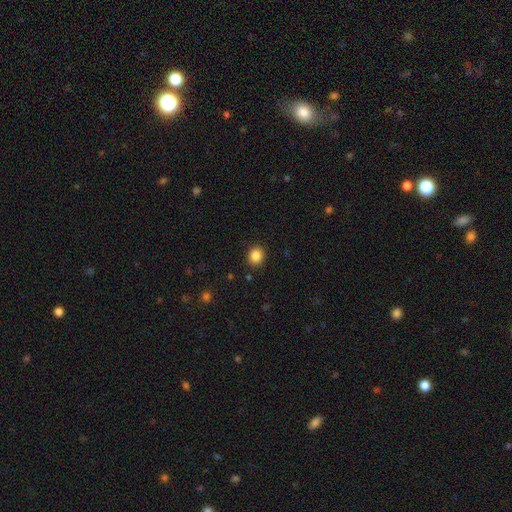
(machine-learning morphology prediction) Smooth or featured: smooth — 86% (star or artifact — 10%)
How rounded: round — 77% (in between — 23%)
Merging: none — 90% (minor disturbance — 6%)